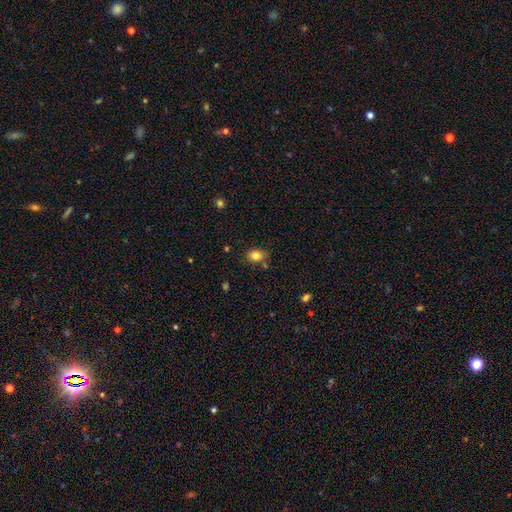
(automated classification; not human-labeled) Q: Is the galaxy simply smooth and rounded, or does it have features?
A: smooth — 82%.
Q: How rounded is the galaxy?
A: in between — 72%.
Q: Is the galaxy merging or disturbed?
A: none — 73%.